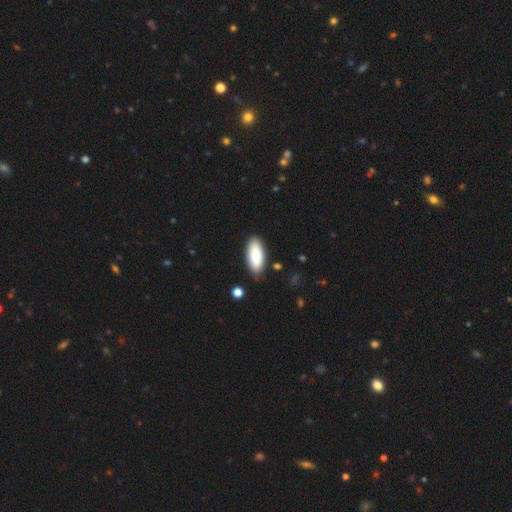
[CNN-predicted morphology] smooth-or-featured: smooth: 86% | featured or disk: 9% | star or artifact: 6%
  how-rounded: in between: 84% | cigar-shaped: 14% | round: 2%
  merging: none: 84% | minor disturbance: 12% | major disturbance: 2% | merger: 2%